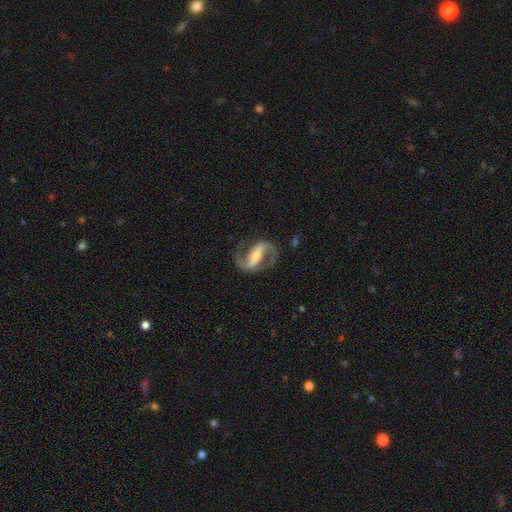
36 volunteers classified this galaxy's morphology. A featured or disk galaxy (92%) with a strong bar (48%), 2 (100%) medium (39%) spiral arms (100%) and a small central bulge (48%).

Vote fractions:
- Smooth or featured? featured or disk: 92% / smooth: 6% / star or artifact: 3%
- Edge-on disk? no: 100% / yes: 0%
- Bar? strong: 48% / weak: 39% / no: 12%
- Spiral arms? yes: 100% / no: 0%
- Spiral winding? medium: 39% / tight: 36% / loose: 24%
- Spiral arm count? 2: 100% / 1: 0% / 3: 0% / 4: 0% / more than 4: 0% / can't tell: 0%
- Bulge size? small: 48% / moderate: 45% / large: 3% / none: 3% / dominant: 0%
- Merging? none: 89% / minor disturbance: 9% / major disturbance: 3% / merger: 0%